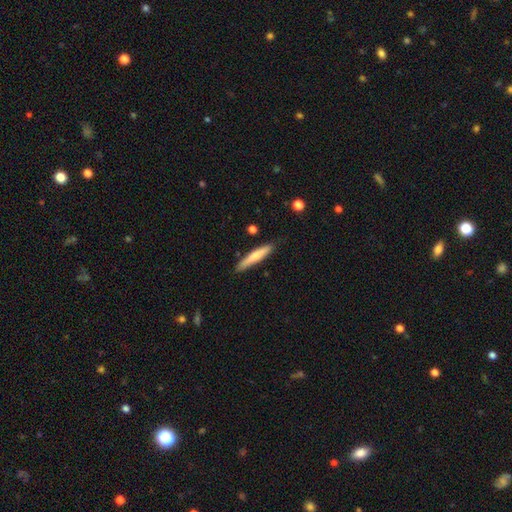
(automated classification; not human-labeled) smooth_or_featured: smooth (p=0.65) [alt: featured or disk p=0.29]
how_rounded: cigar-shaped (p=0.91) [alt: in between p=0.08]
merging: none (p=0.85) [alt: minor disturbance p=0.11]